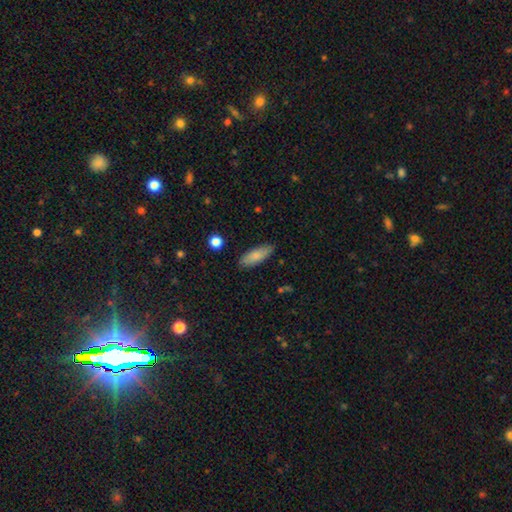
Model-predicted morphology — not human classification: Smooth or featured? Predicted: smooth (p=0.81). How rounded? Predicted: in between (p=0.66). Merging? Predicted: none (p=0.84).